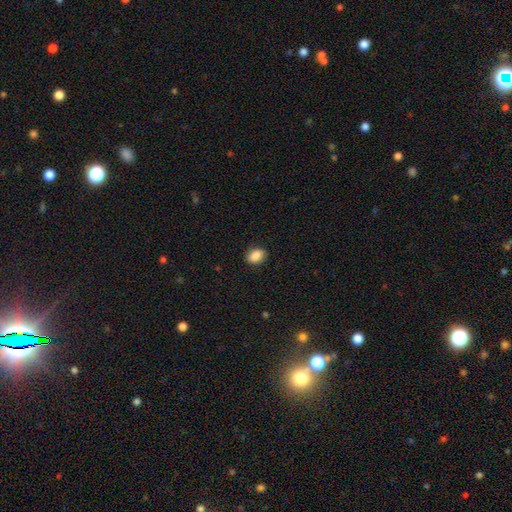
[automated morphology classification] This is clearly a smooth galaxy (88%). How rounded: likely in between (69%). Merging: clearly none (86%).